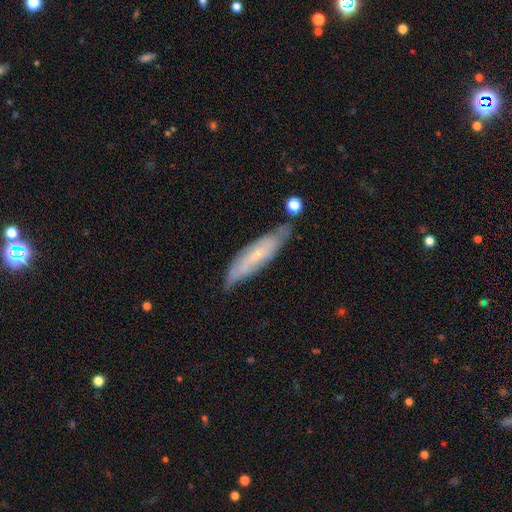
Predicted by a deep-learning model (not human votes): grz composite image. It shows a featured or disk galaxy (60%). Merging: none (67%).